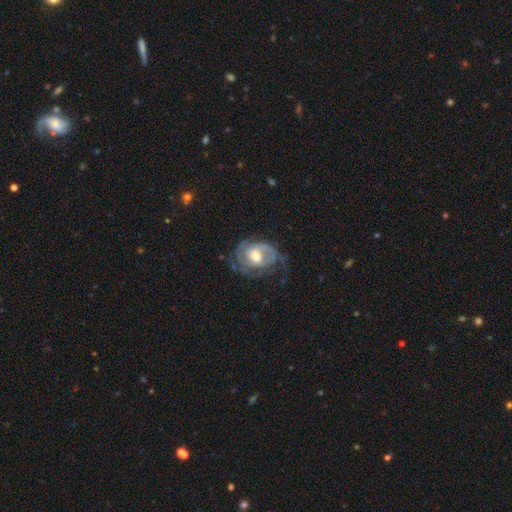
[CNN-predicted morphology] type=featured or disk (81%); edge-on=no (97%); bar=no (47%); spiral arms=yes (92%); winding=tight (51%); arm count=2 (38%); bulge=moderate (63%); merging=none (59%).